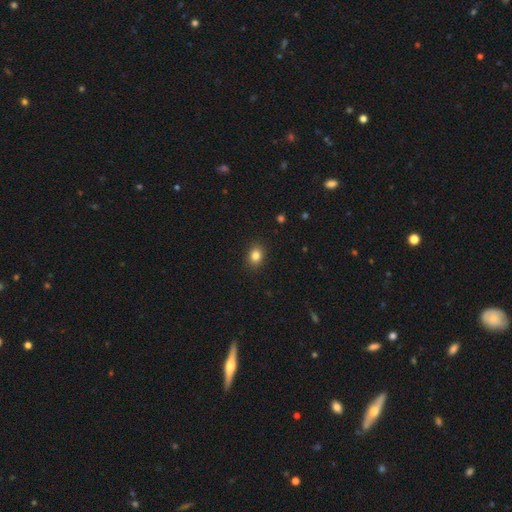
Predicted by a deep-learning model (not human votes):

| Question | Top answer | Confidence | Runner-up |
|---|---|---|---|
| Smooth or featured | smooth | 83% | star or artifact (11%) |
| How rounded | in between | 50% | round (49%) |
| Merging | none | 89% | minor disturbance (8%) |